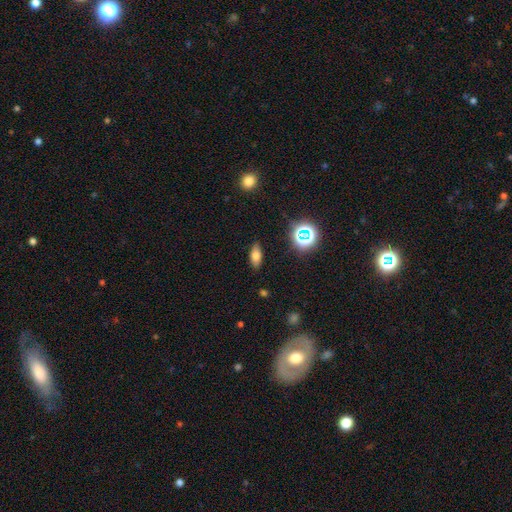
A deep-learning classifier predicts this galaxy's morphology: Smooth or featured?
  - smooth: 70% *
  - star or artifact: 15%
  - featured or disk: 14%
How rounded?
  - in between: 77% *
  - cigar-shaped: 16%
  - round: 6%
Merging?
  - none: 87% *
  - minor disturbance: 9%
  - major disturbance: 3%
  - merger: 1%